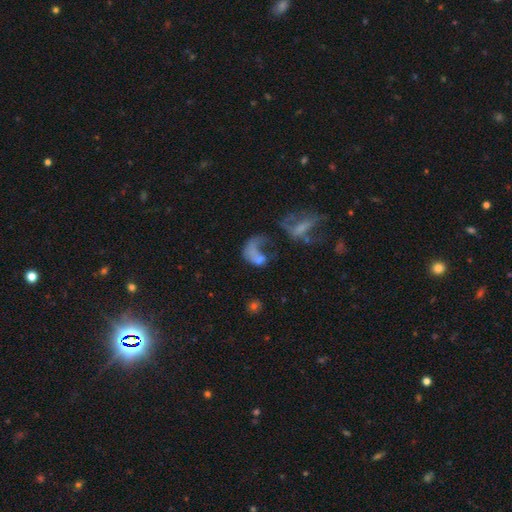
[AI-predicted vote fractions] Morphology: type=featured or disk (43%); merging=major disturbance (45%).